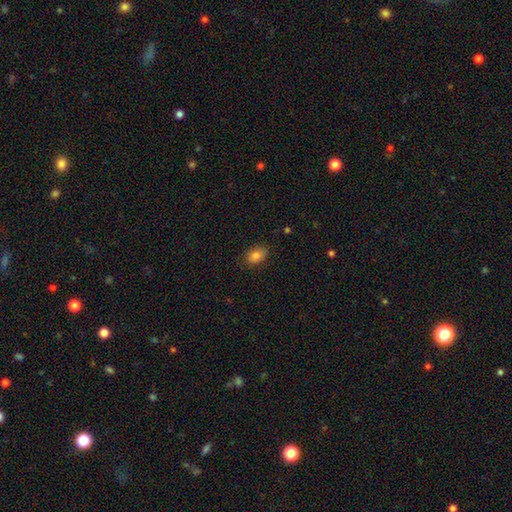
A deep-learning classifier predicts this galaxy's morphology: Smooth or featured? Predicted: smooth (p=0.84). How rounded? Predicted: in between (p=0.82). Merging? Predicted: none (p=0.86).